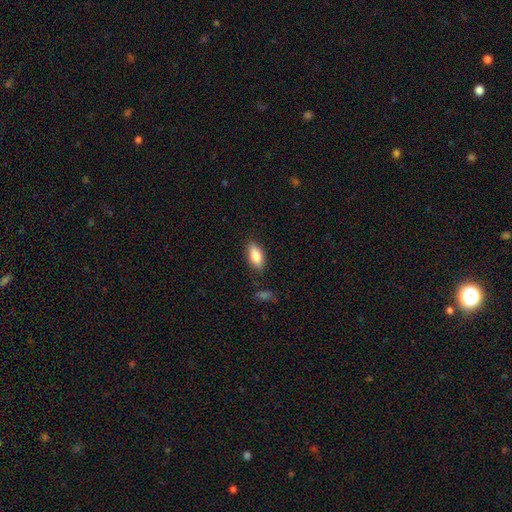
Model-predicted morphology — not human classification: smooth_or_featured: smooth (p=0.83) [alt: featured or disk p=0.10]
how_rounded: in between (p=0.84) [alt: cigar-shaped p=0.13]
merging: none (p=0.85) [alt: minor disturbance p=0.11]